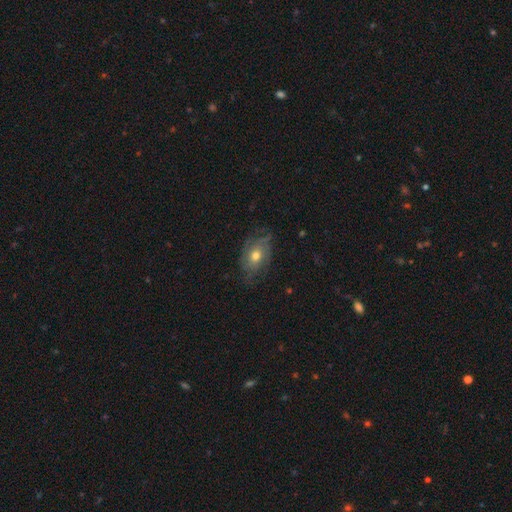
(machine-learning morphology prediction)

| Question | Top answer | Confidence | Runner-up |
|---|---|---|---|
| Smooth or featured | featured or disk | 54% | smooth (37%) |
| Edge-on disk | no | 93% | yes (7%) |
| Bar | no | 83% | weak (14%) |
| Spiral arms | yes | 68% | no (32%) |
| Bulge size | moderate | 73% | small (18%) |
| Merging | none | 61% | minor disturbance (26%) |